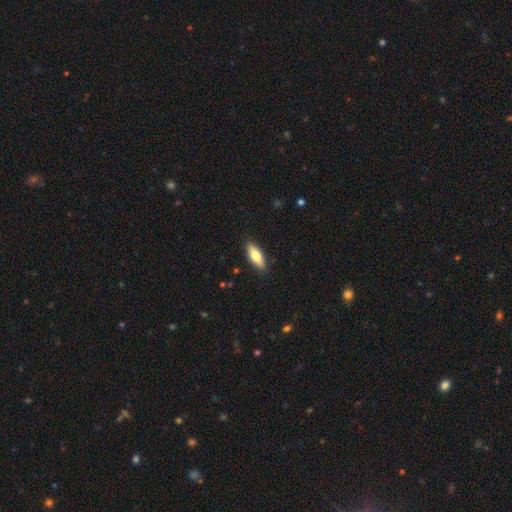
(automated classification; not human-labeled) smooth_or_featured: smooth (p=0.73) [alt: featured or disk p=0.21]
how_rounded: in between (p=0.66) [alt: cigar-shaped p=0.31]
merging: none (p=0.88) [alt: minor disturbance p=0.09]